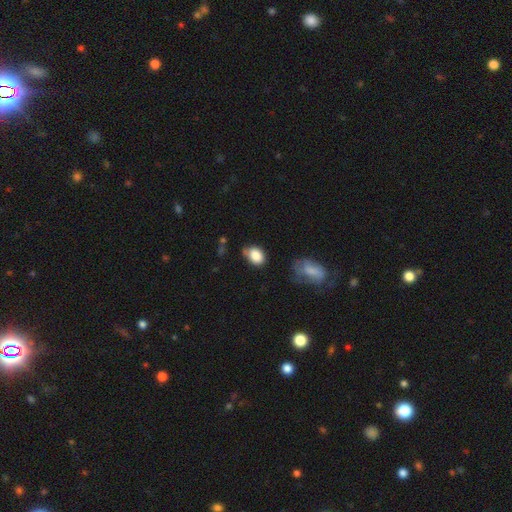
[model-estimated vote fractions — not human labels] A smooth galaxy with no disk features (84%) that is in between round and cigar-shaped (75%).

Vote fractions:
- Smooth or featured? smooth: 84% / star or artifact: 8% / featured or disk: 8%
- How rounded? in between: 75% / round: 23% / cigar-shaped: 1%
- Merging? none: 54% / minor disturbance: 32% / major disturbance: 9% / merger: 6%